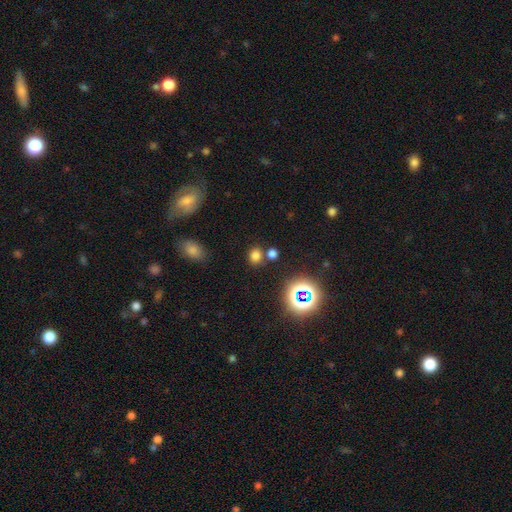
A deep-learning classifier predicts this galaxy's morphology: A smooth galaxy with no disk features (71%) that is round (61%).

Vote fractions:
- Smooth or featured? smooth: 71% / star or artifact: 23% / featured or disk: 6%
- How rounded? round: 61% / in between: 38% / cigar-shaped: 1%
- Merging? none: 71% / merger: 16% / minor disturbance: 10% / major disturbance: 4%